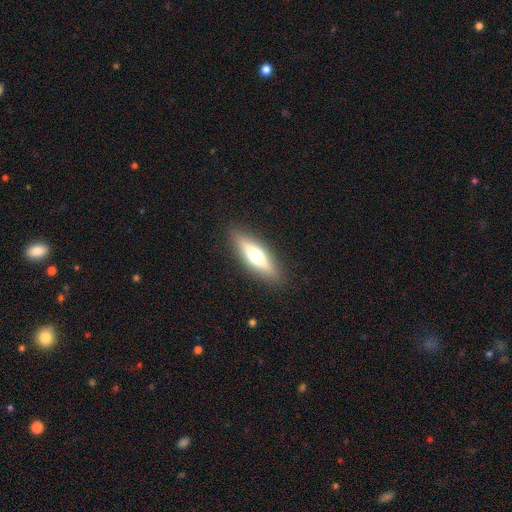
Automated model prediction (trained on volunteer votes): Smooth or featured?
  - smooth: 47% *
  - featured or disk: 46%
  - star or artifact: 7%
Merging?
  - none: 89% *
  - minor disturbance: 8%
  - major disturbance: 2%
  - merger: 1%